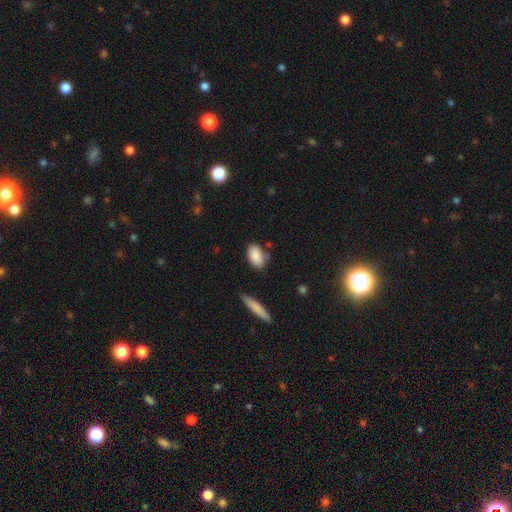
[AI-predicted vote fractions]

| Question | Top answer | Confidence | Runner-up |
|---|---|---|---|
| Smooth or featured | smooth | 86% | star or artifact (7%) |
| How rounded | in between | 90% | round (6%) |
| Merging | none | 69% | minor disturbance (19%) |